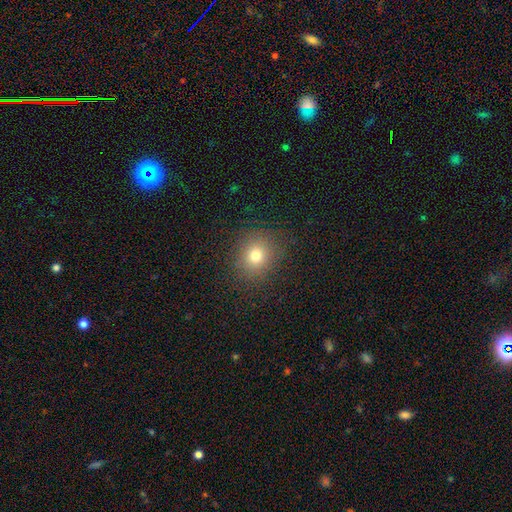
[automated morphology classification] Smooth or featured? Predicted: smooth (p=0.75). How rounded? Predicted: round (p=0.79). Merging? Predicted: none (p=0.86).